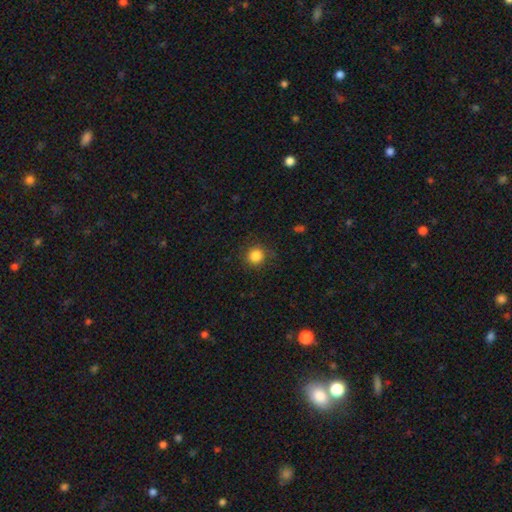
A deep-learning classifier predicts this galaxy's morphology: Smooth or featured? smooth (84%)
How rounded? round (91%)
Merging? none (85%)